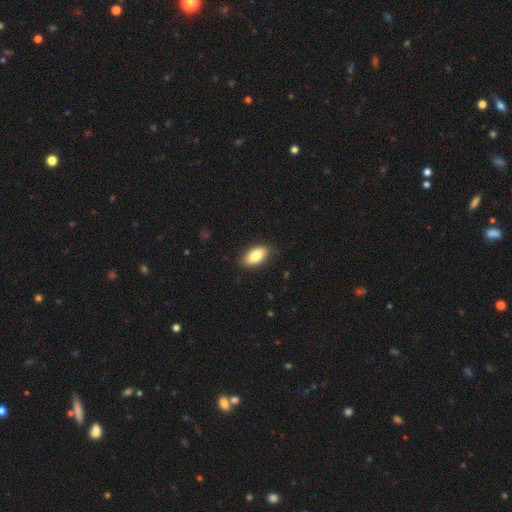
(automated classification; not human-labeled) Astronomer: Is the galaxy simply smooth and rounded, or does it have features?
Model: smooth — 84%.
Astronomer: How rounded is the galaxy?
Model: in between — 92%.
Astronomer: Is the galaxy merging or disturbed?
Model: none — 85%.